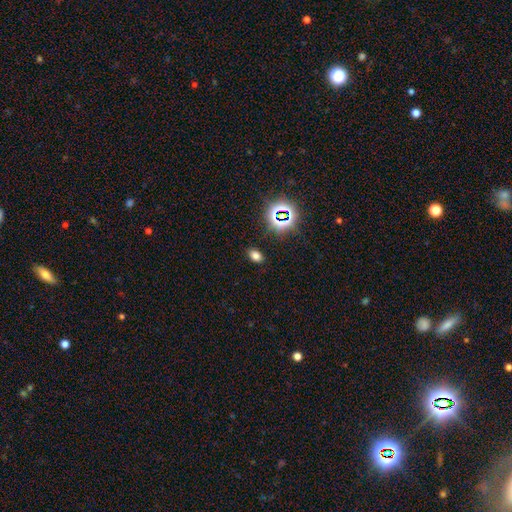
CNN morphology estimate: The model was most divided on "smooth or featured": smooth: 69%, star or artifact: 24%, featured or disk: 7%. More confident: merging — none (87%); how rounded — in between (82%).